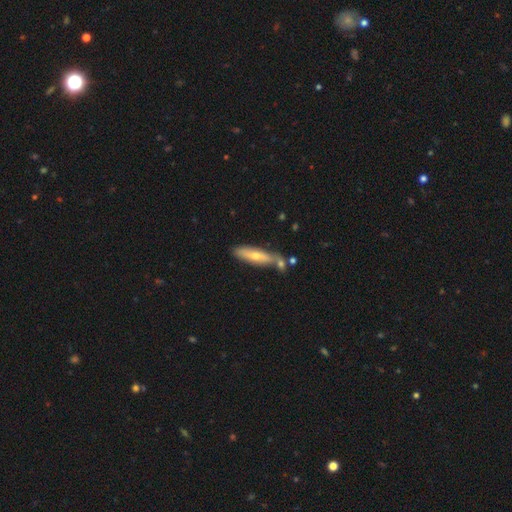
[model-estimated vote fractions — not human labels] A smooth galaxy with no disk features (52%) that is cigar-shaped (76%). Merging: none (65%).